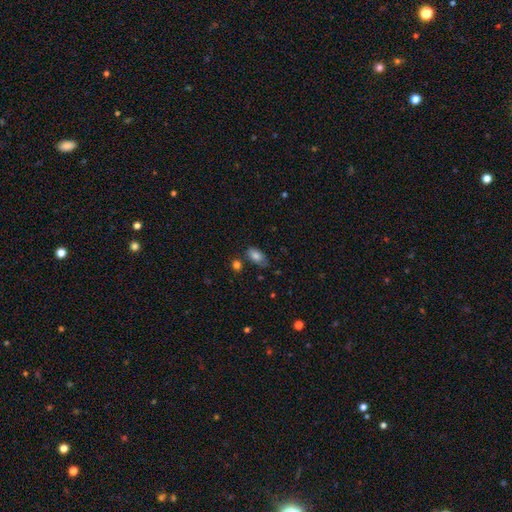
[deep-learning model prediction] Smooth or featured? Predicted: smooth (p=0.80). How rounded? Predicted: in between (p=0.92). Merging? Predicted: none (p=0.64).